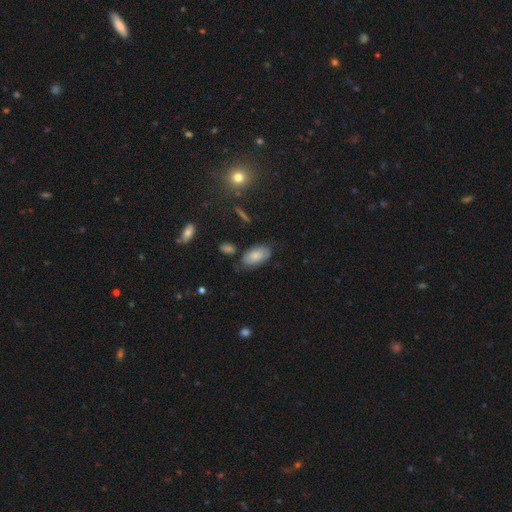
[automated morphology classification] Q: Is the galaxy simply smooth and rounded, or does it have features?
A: smooth — 69%.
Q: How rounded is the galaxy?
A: in between — 93%.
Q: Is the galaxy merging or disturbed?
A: none — 68%.